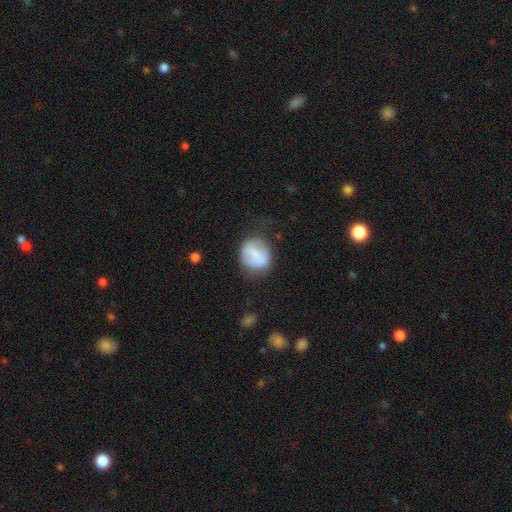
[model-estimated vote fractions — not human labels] smooth 62%, featured or disk 31%, star or artifact 8%. Down the decision tree: how rounded — round (70%); merging — none (61%).